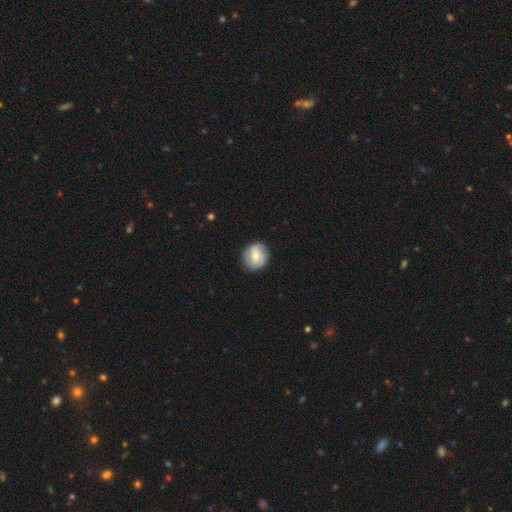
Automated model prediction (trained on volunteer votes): Morphology: type=smooth (51%); roundness=round (81%); merging=none (84%).